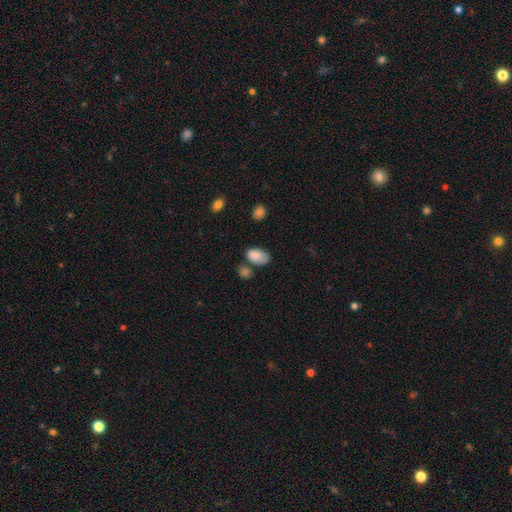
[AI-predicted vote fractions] Overall: smooth (84%). How rounded: in between (92%). Merging: none (48%; minor disturbance 26%).